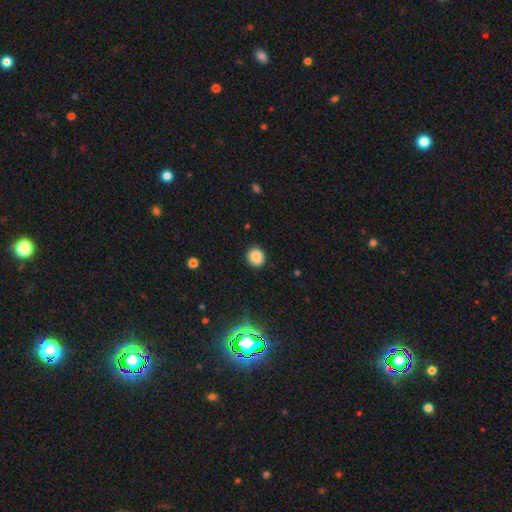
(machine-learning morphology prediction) Smooth or featured? Predicted: smooth (p=0.84). How rounded? Predicted: round (p=0.88). Merging? Predicted: none (p=0.91).